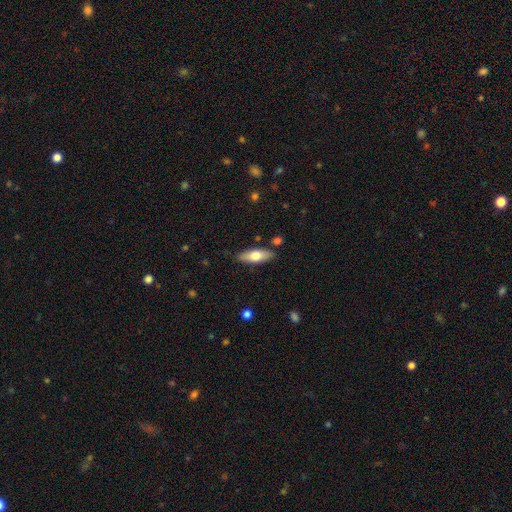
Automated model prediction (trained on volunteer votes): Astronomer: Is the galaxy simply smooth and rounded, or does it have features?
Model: smooth — 65%.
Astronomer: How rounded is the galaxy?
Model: in between — 64%.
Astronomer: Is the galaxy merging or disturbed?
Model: none — 85%.